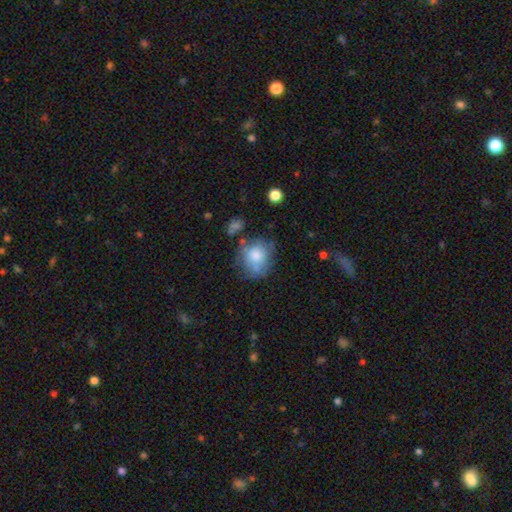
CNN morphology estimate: This appears to be a smooth galaxy with no disk features (68%) that is round (66%). Merging: none (49%).